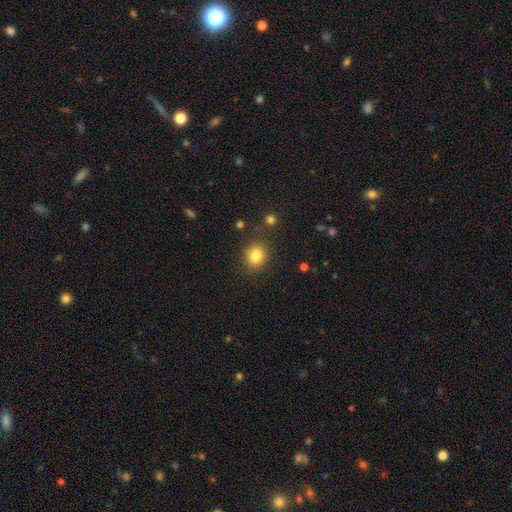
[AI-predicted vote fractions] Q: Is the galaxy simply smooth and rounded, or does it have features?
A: smooth — 83%.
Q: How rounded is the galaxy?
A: round — 74%.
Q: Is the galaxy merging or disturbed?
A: none — 83%.